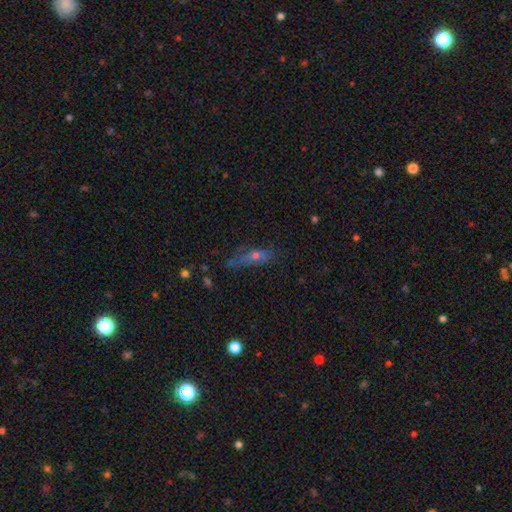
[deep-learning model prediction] smooth-or-featured: smooth: 49% | featured or disk: 36% | star or artifact: 15%
  merging: none: 58% | minor disturbance: 26% | major disturbance: 12% | merger: 4%